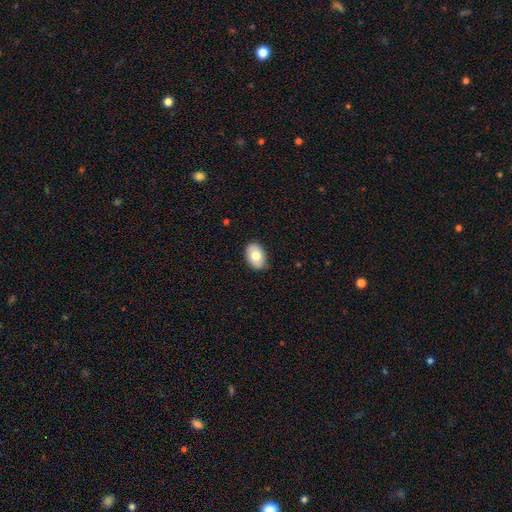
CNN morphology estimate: This appears to be a smooth galaxy with no disk features (77%) that is in between round and cigar-shaped (86%). Merging: none (84%).